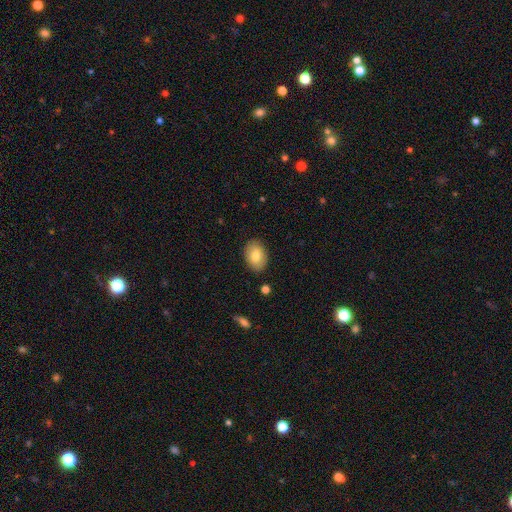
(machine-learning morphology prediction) Overall: smooth (79%). How rounded: in between (87%). Merging: none (87%).